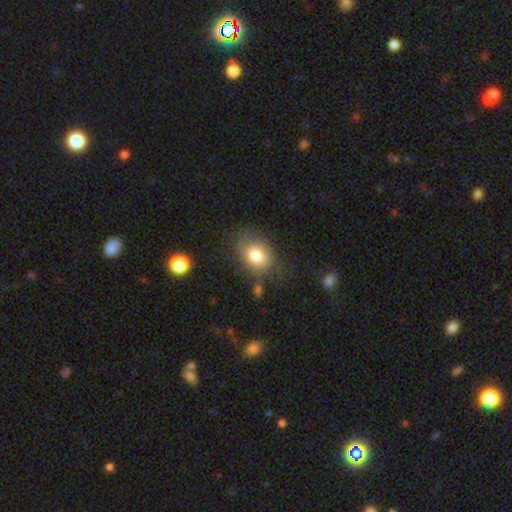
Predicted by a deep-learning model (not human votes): smooth 78%, featured or disk 13%, star or artifact 9%. Down the decision tree: how rounded — in between (66%); merging — none (66%).